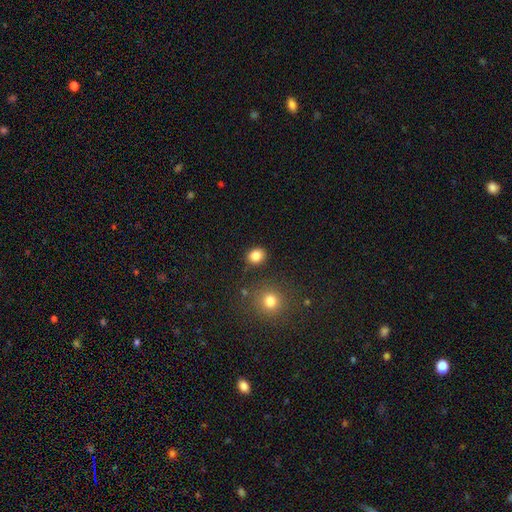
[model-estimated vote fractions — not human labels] smooth_or_featured: smooth (p=0.83) [alt: star or artifact p=0.11]
how_rounded: round (p=0.60) [alt: in between p=0.39]
merging: none (p=0.84) [alt: minor disturbance p=0.09]